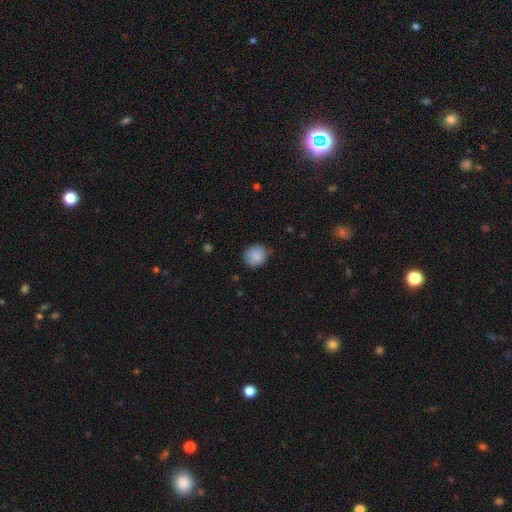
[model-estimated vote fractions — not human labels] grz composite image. It shows a smooth galaxy with no disk features (87%) that is round (80%). Merging: none (76%).